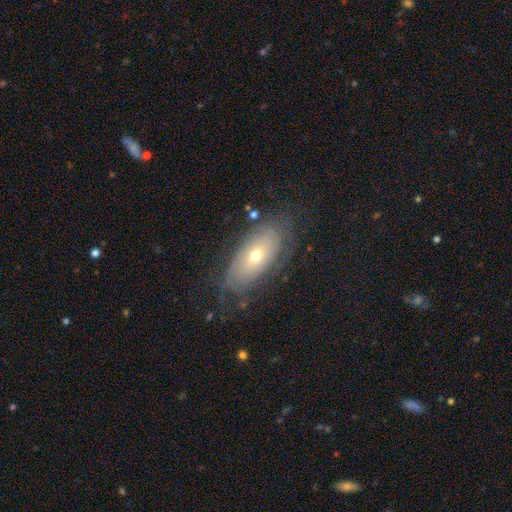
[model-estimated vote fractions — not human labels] A featured or disk galaxy (46%). Merging: none (70%).